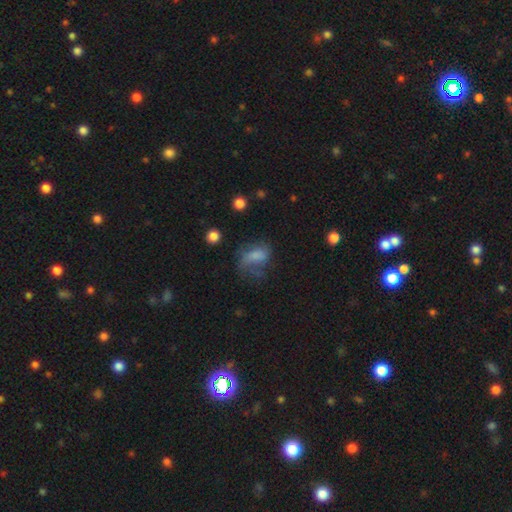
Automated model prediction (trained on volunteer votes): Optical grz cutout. It shows a smooth galaxy with no disk features (55%) that is in between round and cigar-shaped (78%). Merging: none (37%).